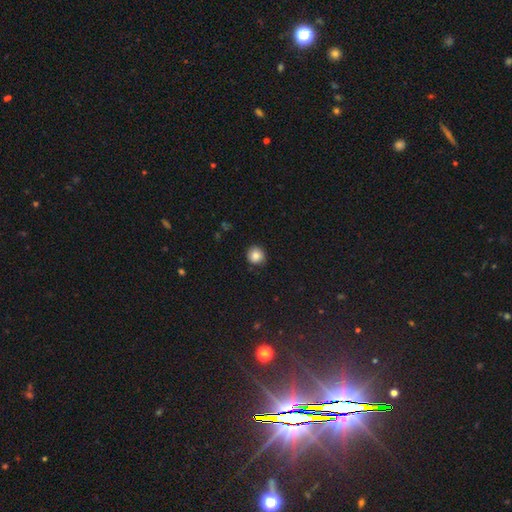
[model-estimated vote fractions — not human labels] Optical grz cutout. It shows a smooth galaxy with no disk features (83%) that is round (91%). Merging: none (86%).